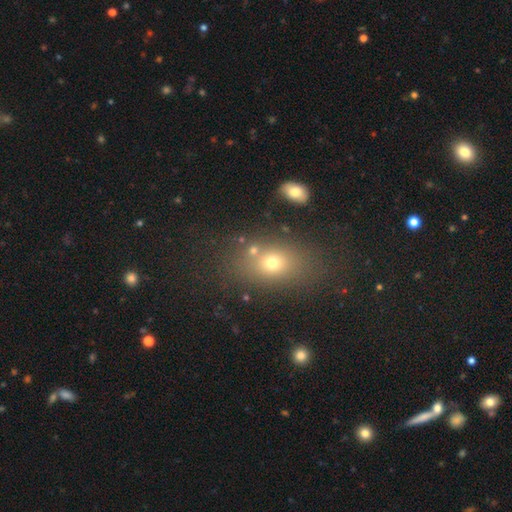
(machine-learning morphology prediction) smooth 62%, star or artifact 23%, featured or disk 15%. Down the decision tree: how rounded — in between (67%); merging — none (74%).